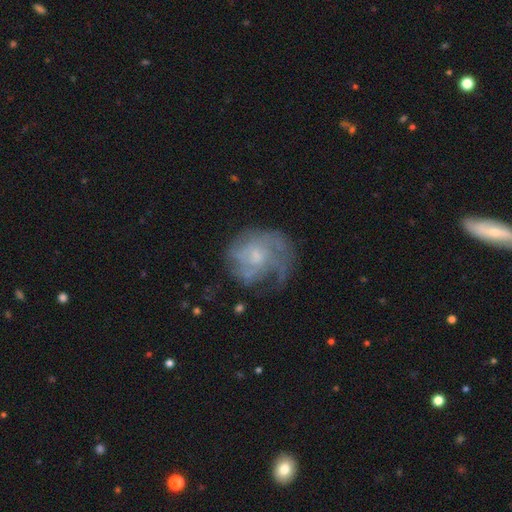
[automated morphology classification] This is likely a featured or disk galaxy (65%). It is clearly not viewed edge-on (98%). Bar: likely no (74%). Spiral arm pattern: likely yes (74%). Central bulge: possibly small (46%). Merging: possibly none (53%).